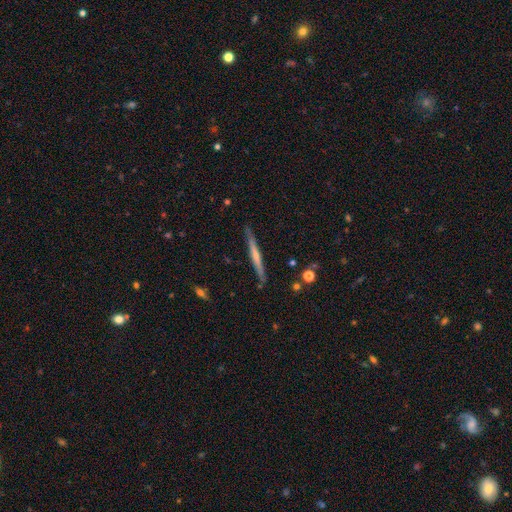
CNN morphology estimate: This appears to be a featured or disk galaxy (59%) viewed edge-on (97%) with no central bulge (56%). Merging: none (88%).